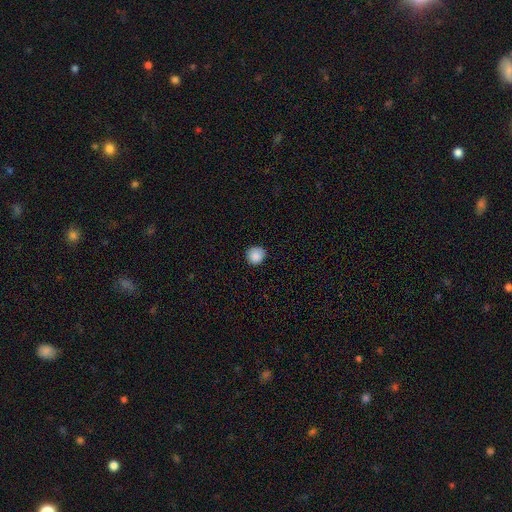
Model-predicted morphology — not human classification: A smooth galaxy with no disk features (87%) that is round (93%).

Vote fractions:
- Smooth or featured? smooth: 87% / star or artifact: 9% / featured or disk: 4%
- How rounded? round: 93% / in between: 6% / cigar-shaped: 1%
- Merging? none: 85% / minor disturbance: 12% / major disturbance: 2% / merger: 1%